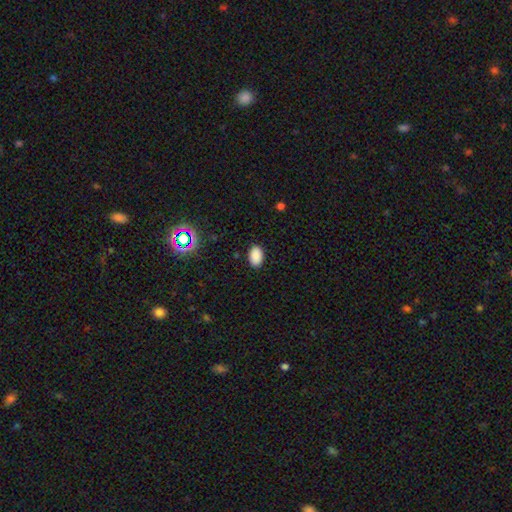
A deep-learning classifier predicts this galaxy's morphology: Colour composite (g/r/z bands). It shows a smooth galaxy with no disk features (86%) that is in between round and cigar-shaped (89%). Merging: none (88%).